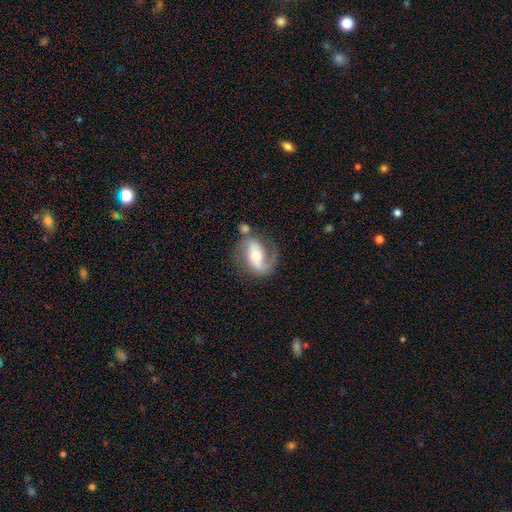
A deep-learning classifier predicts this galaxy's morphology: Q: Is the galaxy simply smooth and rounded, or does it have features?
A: featured or disk — 78%.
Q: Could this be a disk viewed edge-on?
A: no — 95%.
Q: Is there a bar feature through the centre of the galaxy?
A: strong — 41%.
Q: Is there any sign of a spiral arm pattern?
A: yes — 91%.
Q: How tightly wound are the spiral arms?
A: medium — 46%.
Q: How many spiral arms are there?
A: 2 — 75%.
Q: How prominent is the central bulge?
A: moderate — 64%.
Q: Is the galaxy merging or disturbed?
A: none — 63%.